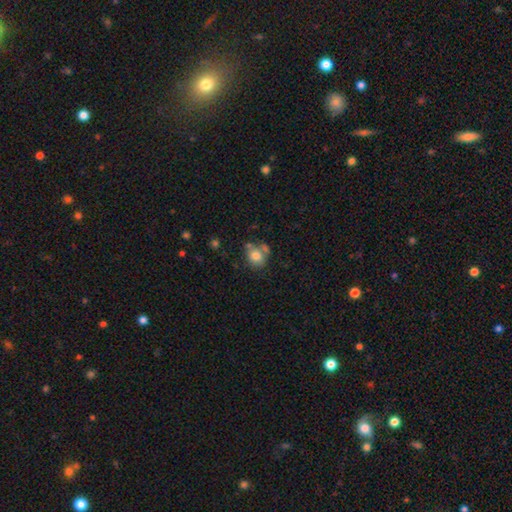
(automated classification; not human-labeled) This appears to be a smooth galaxy with no disk features (77%) that is round (73%). Merging: none (53%).